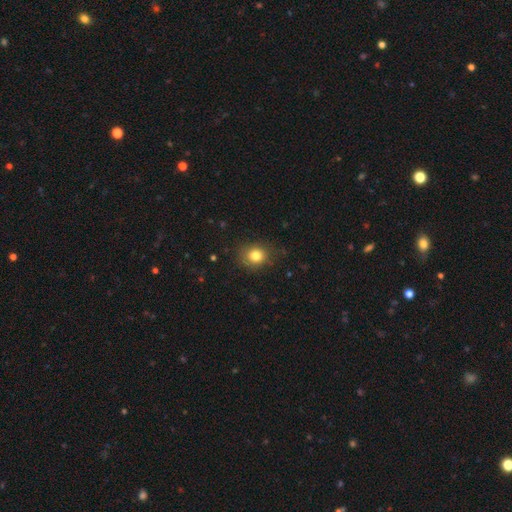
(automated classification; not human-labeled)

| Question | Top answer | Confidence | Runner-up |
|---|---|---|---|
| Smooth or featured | smooth | 81% | star or artifact (11%) |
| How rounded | round | 71% | in between (28%) |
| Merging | none | 81% | minor disturbance (14%) |